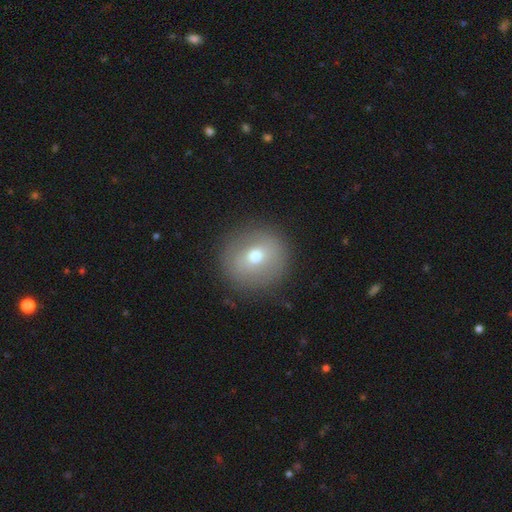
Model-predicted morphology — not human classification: A smooth galaxy with no disk features (59%) that is round (93%).

Vote fractions:
- Smooth or featured? smooth: 59% / featured or disk: 27% / star or artifact: 14%
- How rounded? round: 93% / in between: 6% / cigar-shaped: 1%
- Merging? none: 89% / minor disturbance: 7% / major disturbance: 3% / merger: 1%